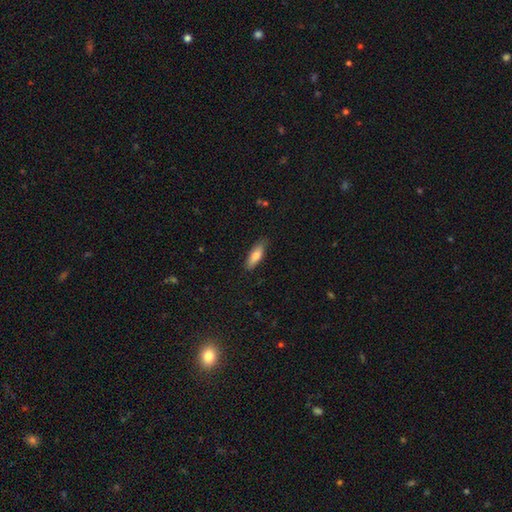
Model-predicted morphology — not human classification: Q: Smooth or featured?
A: smooth (79%); runner-up: featured or disk (15%)
Q: How rounded?
A: in between (56%); runner-up: cigar-shaped (42%)
Q: Merging?
A: none (82%); runner-up: minor disturbance (15%)